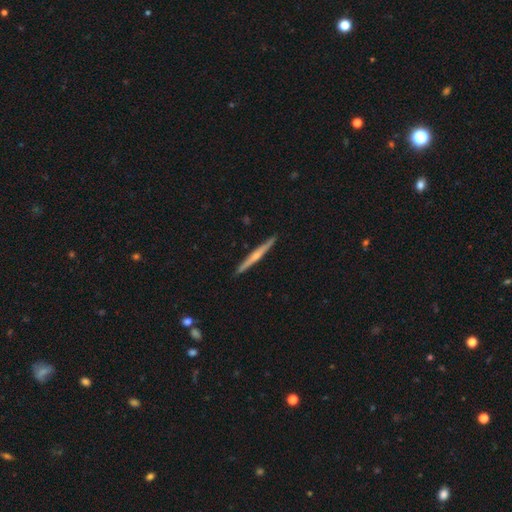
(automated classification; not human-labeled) Q: Smooth or featured?
A: featured or disk (65%); runner-up: smooth (29%)
Q: Edge-on disk?
A: yes (98%); runner-up: no (2%)
Q: Edge-on bulge?
A: rounded (66%); runner-up: none (27%)
Q: Merging?
A: none (92%); runner-up: minor disturbance (6%)